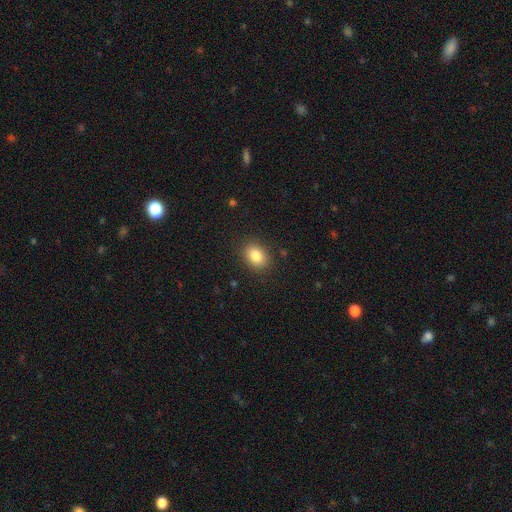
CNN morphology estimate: A smooth galaxy with no disk features (85%) that is in between round and cigar-shaped (67%).

Vote fractions:
- Smooth or featured? smooth: 85% / star or artifact: 9% / featured or disk: 6%
- How rounded? in between: 67% / round: 32% / cigar-shaped: 1%
- Merging? none: 87% / minor disturbance: 9% / major disturbance: 3% / merger: 1%